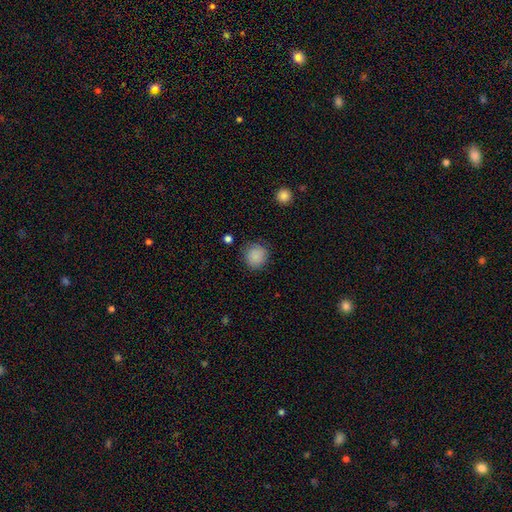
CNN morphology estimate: A smooth galaxy with no disk features (87%) that is round (89%).

Vote fractions:
- Smooth or featured? smooth: 87% / star or artifact: 9% / featured or disk: 4%
- How rounded? round: 89% / in between: 10% / cigar-shaped: 1%
- Merging? none: 85% / minor disturbance: 11% / major disturbance: 3% / merger: 1%